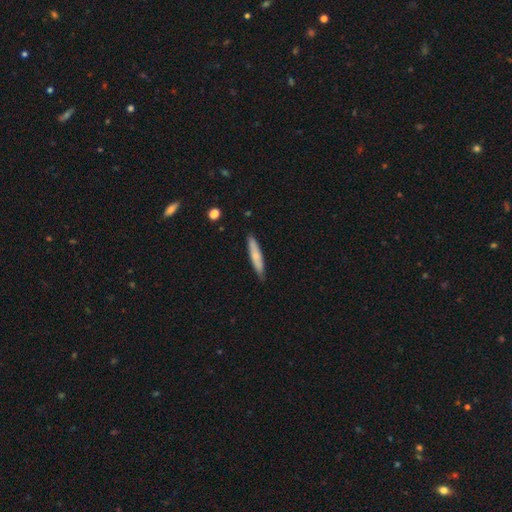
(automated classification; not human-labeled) Smooth or featured?
  - smooth: 69% *
  - featured or disk: 26%
  - star or artifact: 6%
How rounded?
  - cigar-shaped: 90% *
  - in between: 8%
  - round: 1%
Merging?
  - none: 86% *
  - minor disturbance: 11%
  - major disturbance: 2%
  - merger: 1%